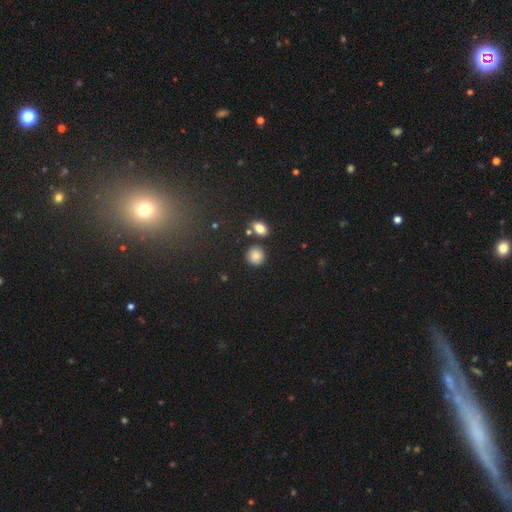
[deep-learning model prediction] Smooth or featured? smooth (84%)
How rounded? round (87%)
Merging? none (81%)